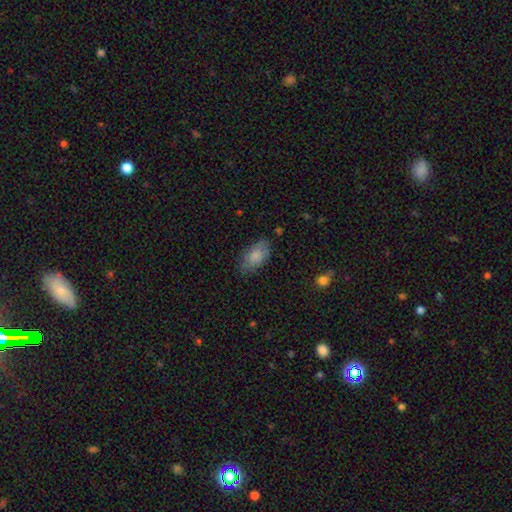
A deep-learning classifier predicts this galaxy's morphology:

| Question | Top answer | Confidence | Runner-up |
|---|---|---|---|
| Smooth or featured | smooth | 80% | featured or disk (13%) |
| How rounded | in between | 93% | round (4%) |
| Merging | none | 74% | minor disturbance (20%) |